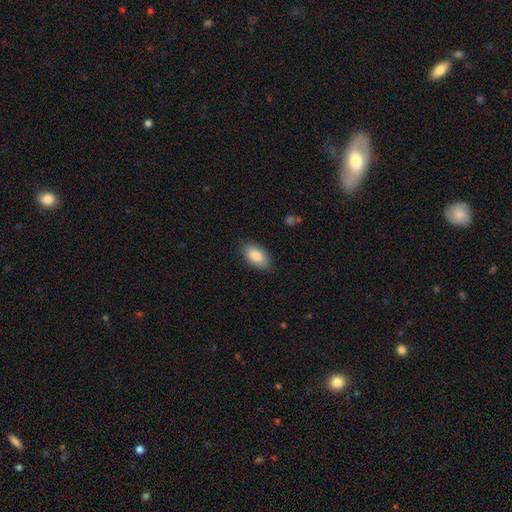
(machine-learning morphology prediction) A smooth galaxy with no disk features (87%) that is in between round and cigar-shaped (94%).

Vote fractions:
- Smooth or featured? smooth: 87% / featured or disk: 7% / star or artifact: 6%
- How rounded? in between: 94% / round: 4% / cigar-shaped: 2%
- Merging? none: 82% / minor disturbance: 14% / major disturbance: 3% / merger: 1%